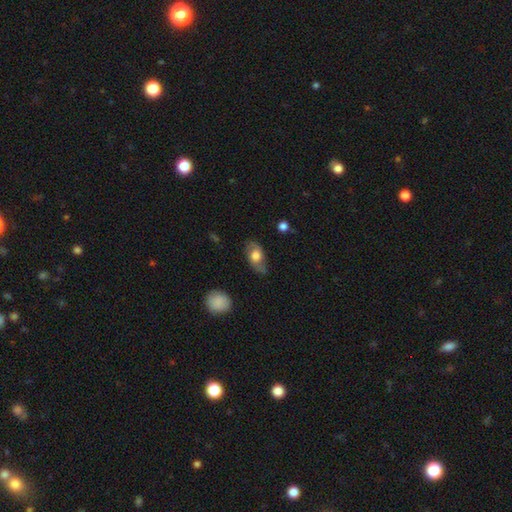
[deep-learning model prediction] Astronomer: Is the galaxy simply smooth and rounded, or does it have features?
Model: smooth — 59% (runner-up: featured or disk, 34%).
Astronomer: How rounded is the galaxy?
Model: in between — 86%.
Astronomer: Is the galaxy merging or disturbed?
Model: none — 68%.